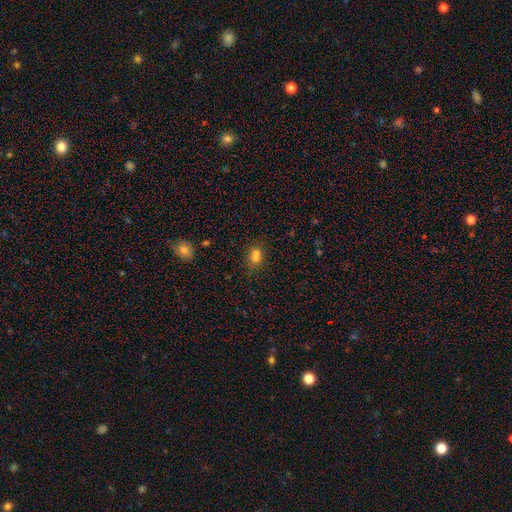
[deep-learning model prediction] This is likely a smooth galaxy (72%). How rounded: possibly in between (53%). Merging: marginally none (44%).